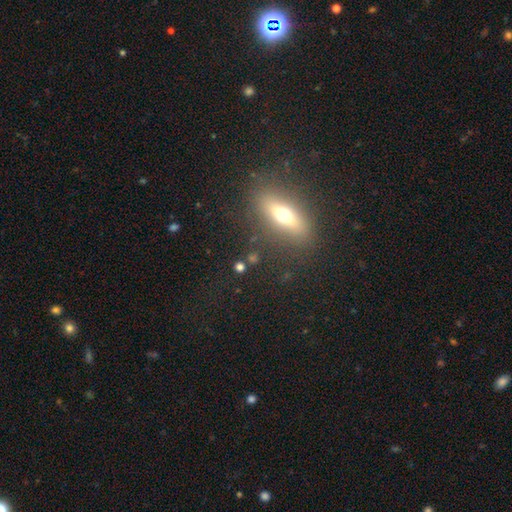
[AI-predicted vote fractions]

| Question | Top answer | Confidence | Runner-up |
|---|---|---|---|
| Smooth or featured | smooth | 44% | featured or disk (43%) |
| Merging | none | 80% | minor disturbance (11%) |